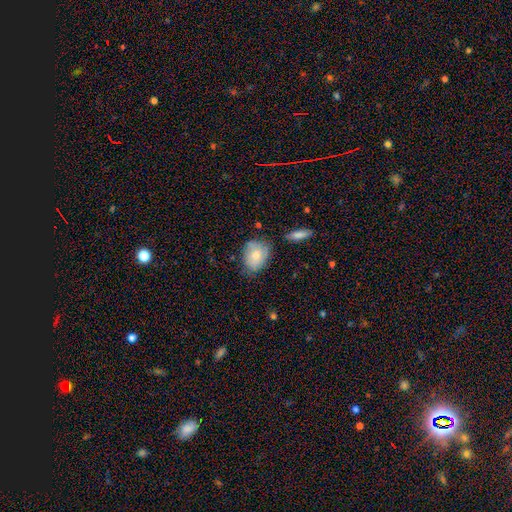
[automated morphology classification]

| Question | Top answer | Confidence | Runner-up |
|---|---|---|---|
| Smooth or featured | smooth | 74% | featured or disk (20%) |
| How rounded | in between | 65% | round (34%) |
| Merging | none | 61% | minor disturbance (28%) |